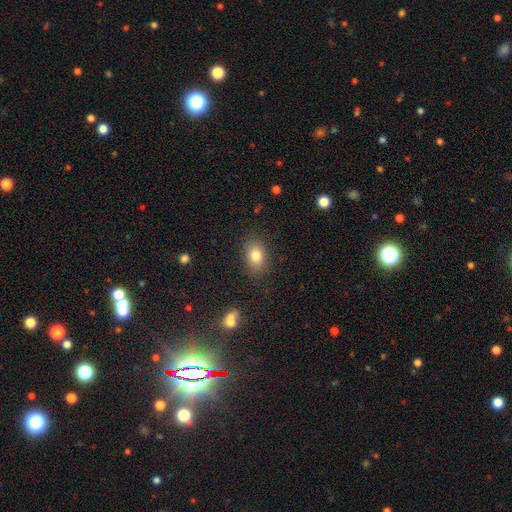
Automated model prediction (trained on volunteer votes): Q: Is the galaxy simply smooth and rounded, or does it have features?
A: smooth — 81%.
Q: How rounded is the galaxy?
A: in between — 78%.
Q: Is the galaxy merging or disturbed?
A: none — 85%.